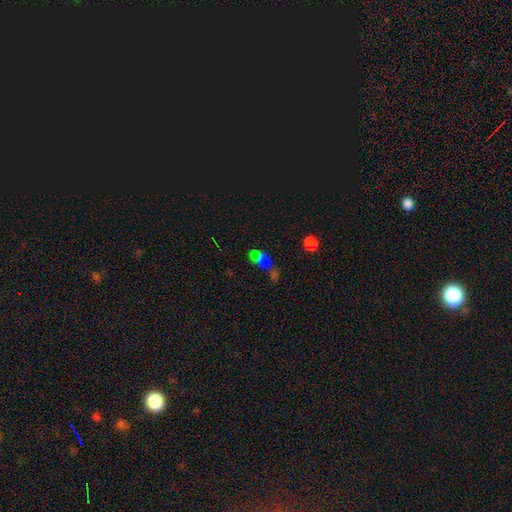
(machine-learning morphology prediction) A smooth galaxy with no disk features (59%) that is in between round and cigar-shaped (78%). Merging: merger (47%).